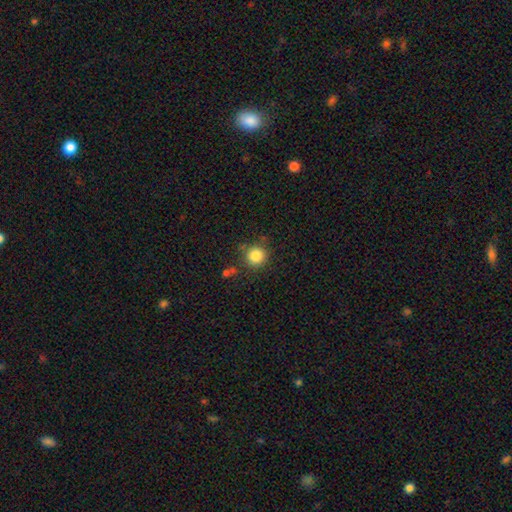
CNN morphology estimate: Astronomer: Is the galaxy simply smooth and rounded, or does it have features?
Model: smooth — 84%.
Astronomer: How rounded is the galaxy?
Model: round — 93%.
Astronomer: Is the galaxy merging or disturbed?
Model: none — 80%.